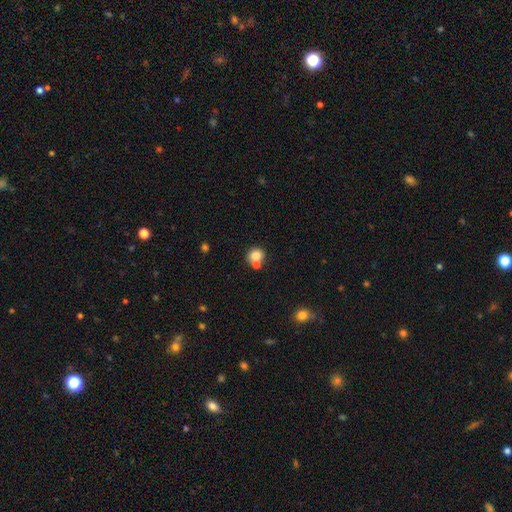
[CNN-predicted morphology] Overall: smooth (78%). How rounded: round (77%). Merging: none (48%; merger 40%).